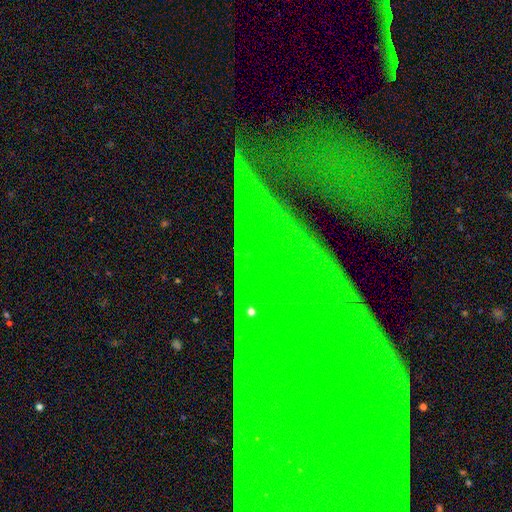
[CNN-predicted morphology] Smooth or featured?
  - star or artifact: 78% *
  - featured or disk: 13%
  - smooth: 9%